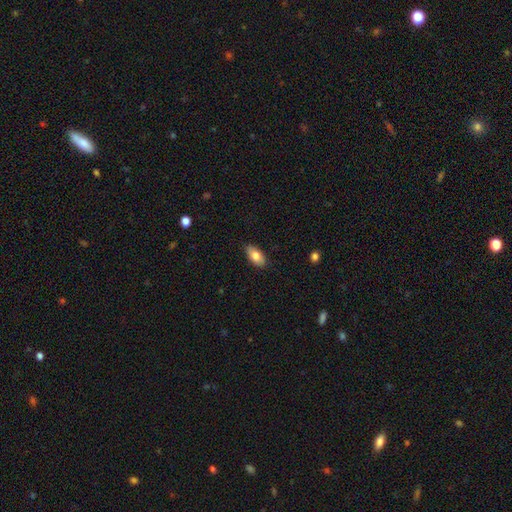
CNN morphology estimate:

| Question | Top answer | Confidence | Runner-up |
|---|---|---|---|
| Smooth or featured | smooth | 80% | featured or disk (13%) |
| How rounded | in between | 91% | cigar-shaped (5%) |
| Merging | none | 81% | minor disturbance (16%) |